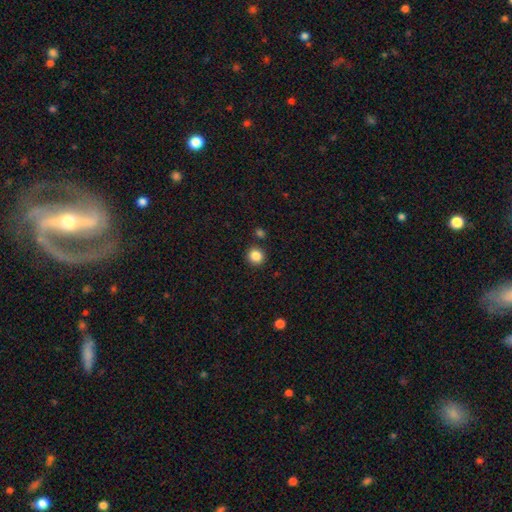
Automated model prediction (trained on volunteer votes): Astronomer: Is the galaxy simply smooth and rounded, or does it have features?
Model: smooth — 85%.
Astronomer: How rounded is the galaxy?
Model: round — 88%.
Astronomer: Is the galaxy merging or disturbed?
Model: none — 86%.